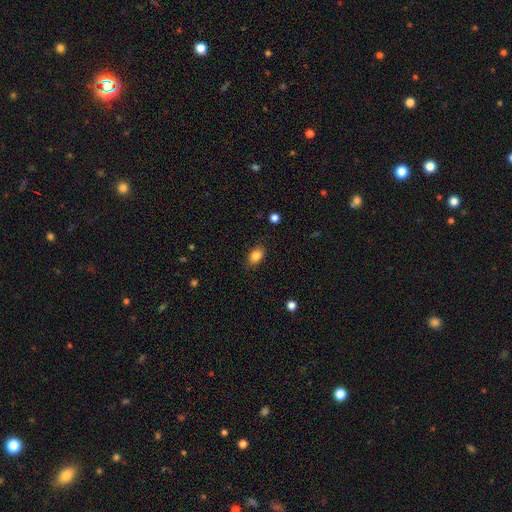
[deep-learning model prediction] Smooth or featured? smooth (85%)
How rounded? in between (78%)
Merging? none (85%)